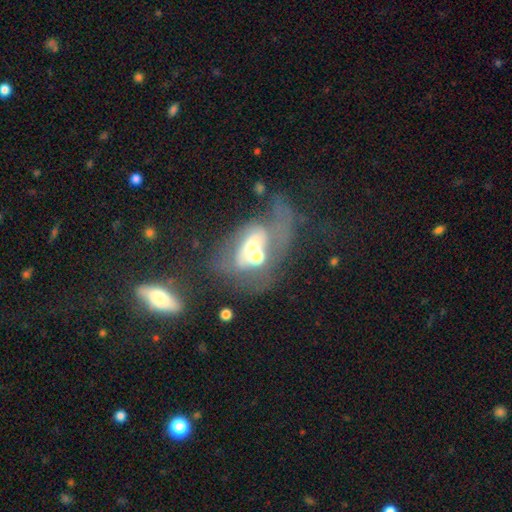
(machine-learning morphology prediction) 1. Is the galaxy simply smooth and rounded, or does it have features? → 52% featured or disk, 36% smooth, 12% star or artifact.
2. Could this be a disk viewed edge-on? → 95% no, 5% yes.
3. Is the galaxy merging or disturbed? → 48% merger, 29% major disturbance, 14% none, 9% minor disturbance.